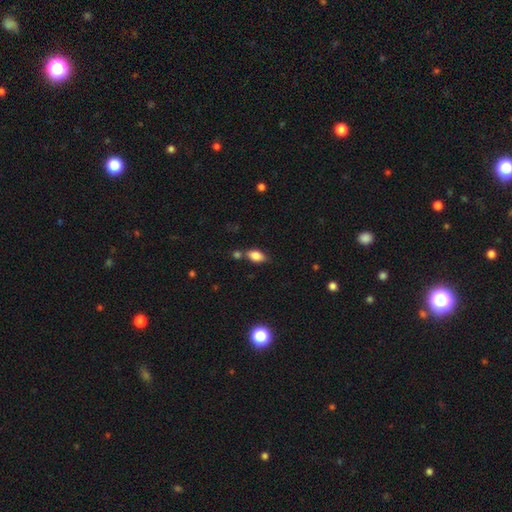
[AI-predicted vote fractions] Morphology: type=smooth (83%); roundness=in between (89%); merging=none (62%).